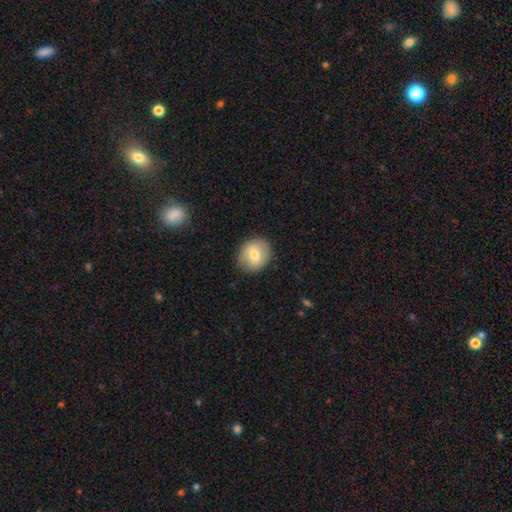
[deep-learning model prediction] The model was most divided on "how rounded": round: 73%, in between: 26%, cigar-shaped: 1%. More confident: merging — none (87%); smooth or featured — smooth (70%).